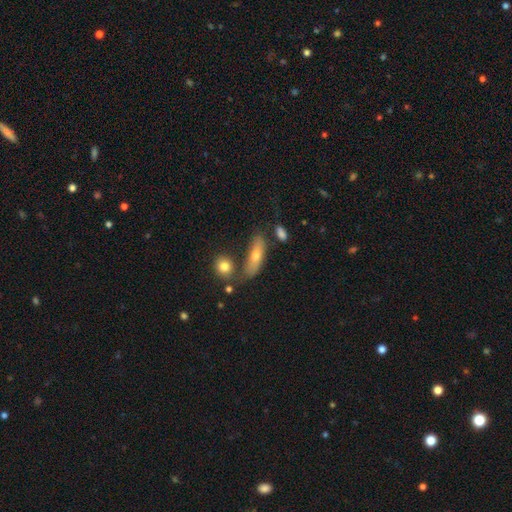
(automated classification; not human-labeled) Smooth or featured? smooth (59%)
How rounded? in between (48%, tied with cigar-shaped)
Merging? none (61%)